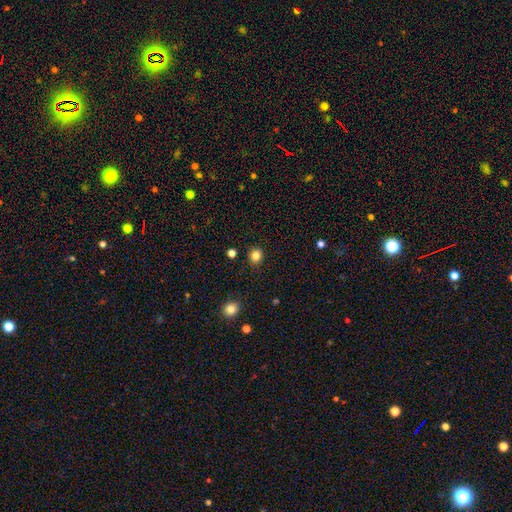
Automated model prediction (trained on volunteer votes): Overall: smooth (83%). How rounded: round (80%). Merging: none (89%).